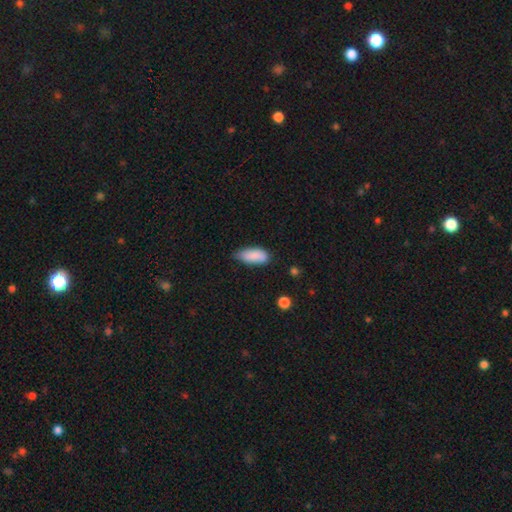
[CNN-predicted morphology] smooth 86%, featured or disk 7%, star or artifact 7%. Down the decision tree: how rounded — in between (84%); merging — none (55%).